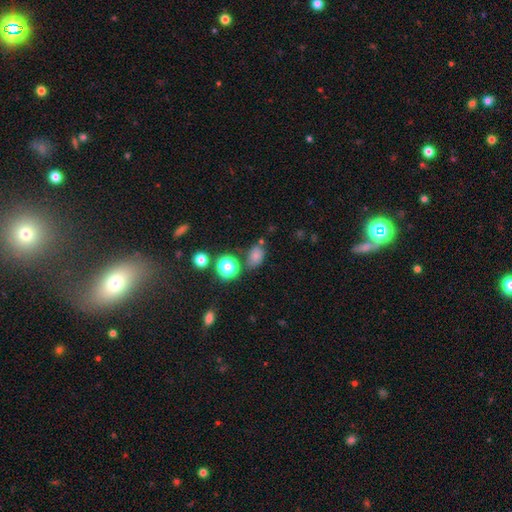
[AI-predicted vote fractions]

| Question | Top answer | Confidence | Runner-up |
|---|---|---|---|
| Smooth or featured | smooth | 73% | star or artifact (19%) |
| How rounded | in between | 72% | round (27%) |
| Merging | none | 69% | minor disturbance (17%) |